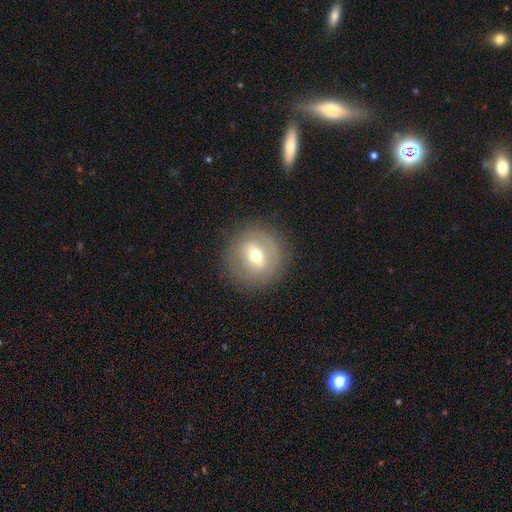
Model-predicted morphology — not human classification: The model was most divided on "smooth or featured": featured or disk: 50%, smooth: 41%, star or artifact: 9%. More confident: merging — none (84%).